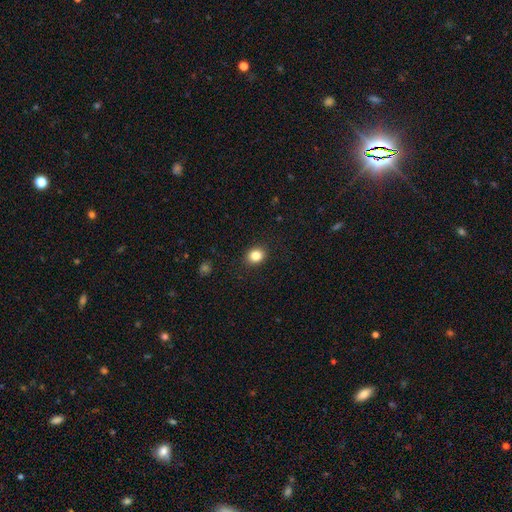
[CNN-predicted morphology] This is clearly a smooth galaxy (84%). How rounded: likely round (64%). Merging: clearly none (90%).